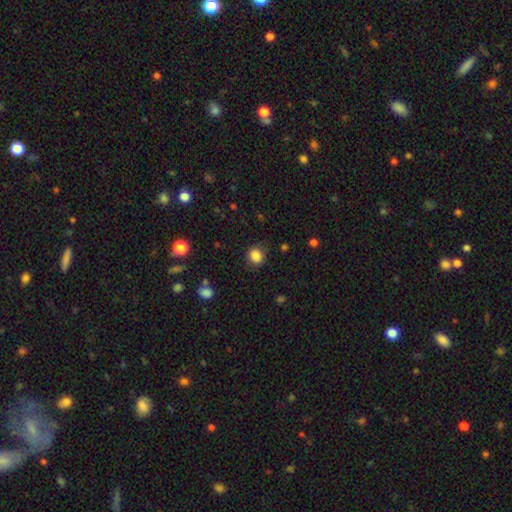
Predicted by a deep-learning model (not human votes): Morphology: type=smooth (85%); roundness=round (69%); merging=none (80%).